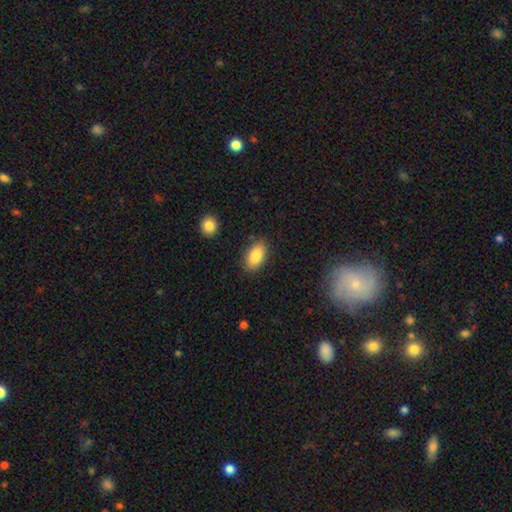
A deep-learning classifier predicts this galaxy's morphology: Q: Smooth or featured?
A: smooth (87%); runner-up: featured or disk (7%)
Q: How rounded?
A: in between (93%); runner-up: round (5%)
Q: Merging?
A: none (83%); runner-up: minor disturbance (12%)